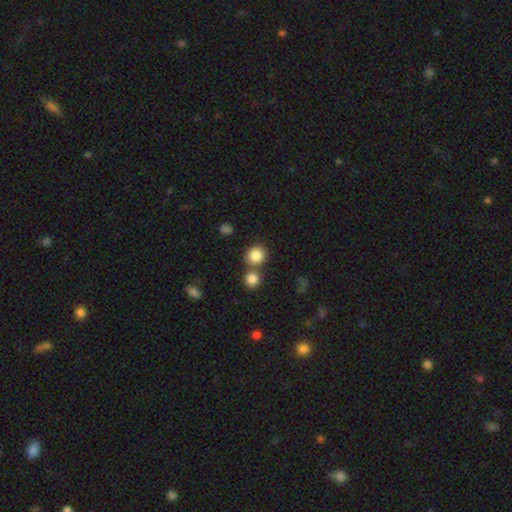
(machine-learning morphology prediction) The model was most divided on "merging": none: 62%, merger: 28%, minor disturbance: 7%, major disturbance: 3%. More confident: how rounded — round (88%); smooth or featured — smooth (84%).